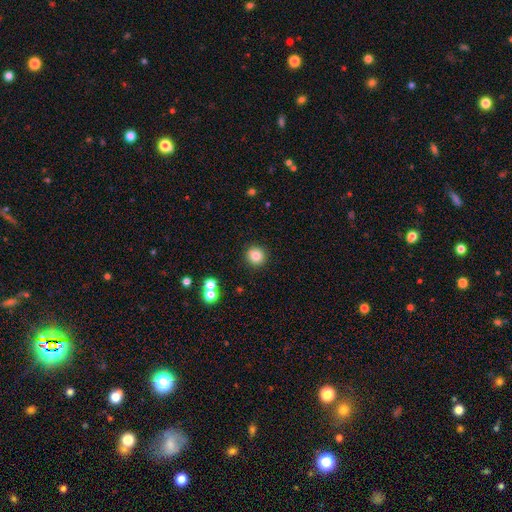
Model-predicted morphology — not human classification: type=smooth (83%); roundness=round (92%); merging=none (89%).